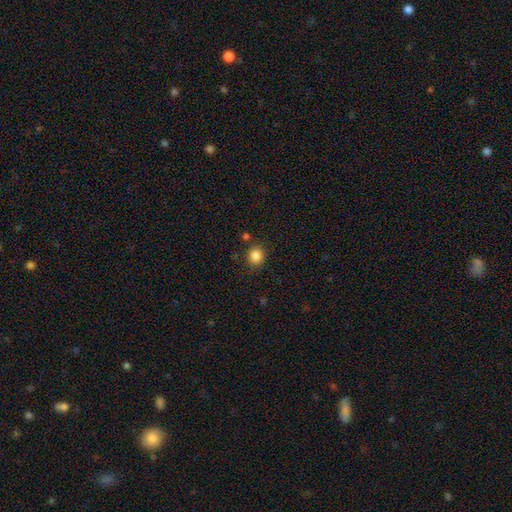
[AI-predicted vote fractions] Smooth or featured? Predicted: smooth (p=0.85). How rounded? Predicted: round (p=0.80). Merging? Predicted: none (p=0.83).